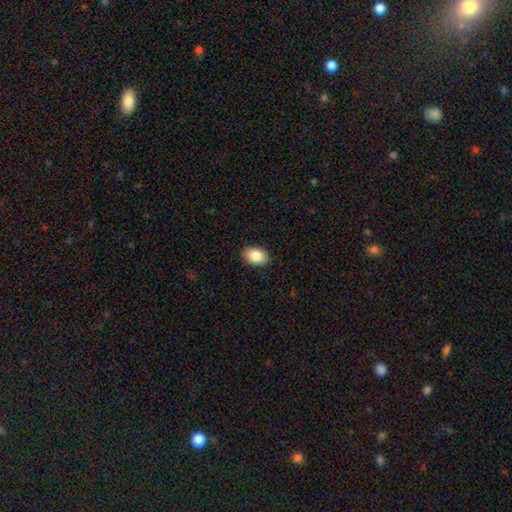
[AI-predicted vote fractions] A smooth galaxy with no disk features (86%) that is in between round and cigar-shaped (83%). Merging: none (89%).